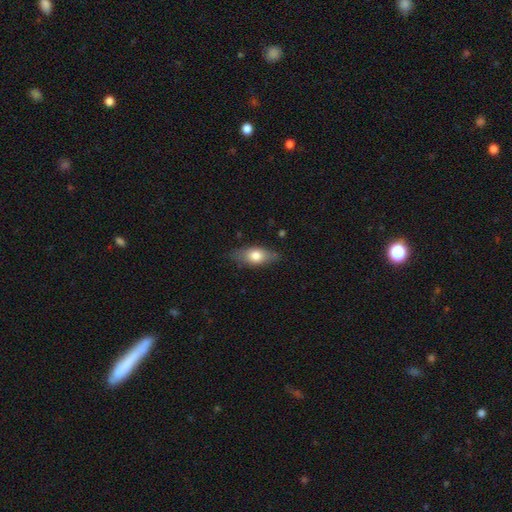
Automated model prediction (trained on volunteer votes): A smooth galaxy with no disk features (71%) that is in between round and cigar-shaped (81%).

Vote fractions:
- Smooth or featured? smooth: 71% / featured or disk: 22% / star or artifact: 7%
- How rounded? in between: 81% / cigar-shaped: 13% / round: 6%
- Merging? none: 78% / minor disturbance: 17% / major disturbance: 3% / merger: 1%